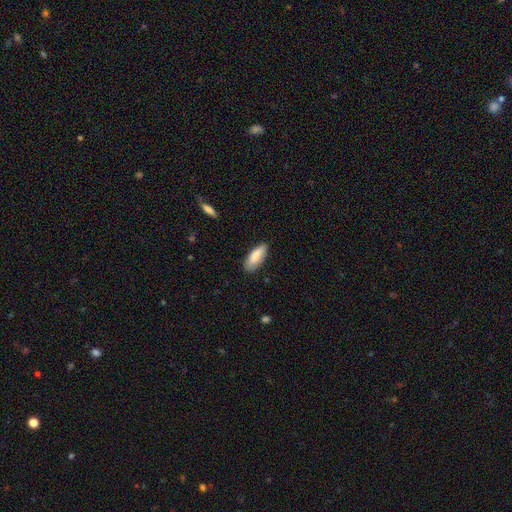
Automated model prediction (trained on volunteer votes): Smooth or featured? Predicted: smooth (p=0.86). How rounded? Predicted: in between (p=0.73). Merging? Predicted: none (p=0.79).